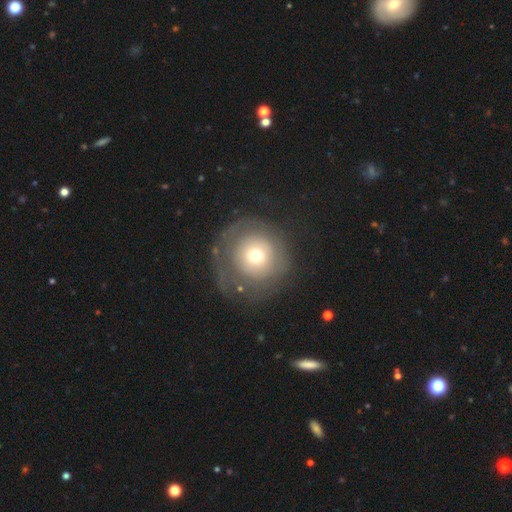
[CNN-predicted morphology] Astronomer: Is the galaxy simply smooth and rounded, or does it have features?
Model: smooth — 53% (runner-up: featured or disk, 37%).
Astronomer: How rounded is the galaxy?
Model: round — 94%.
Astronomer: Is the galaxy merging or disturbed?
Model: none — 60%.